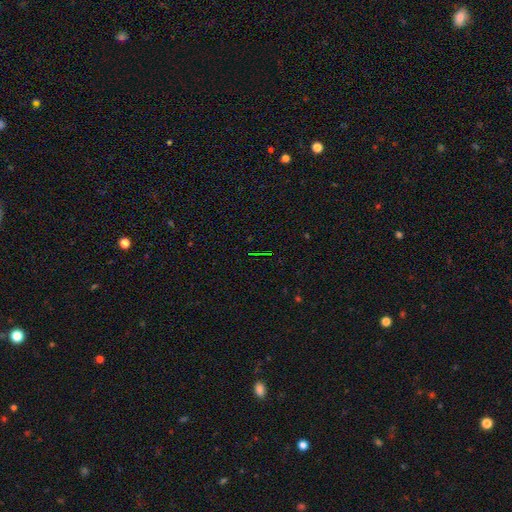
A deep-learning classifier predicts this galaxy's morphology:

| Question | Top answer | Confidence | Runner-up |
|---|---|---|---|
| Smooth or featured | star or artifact | 77% | smooth (12%) |